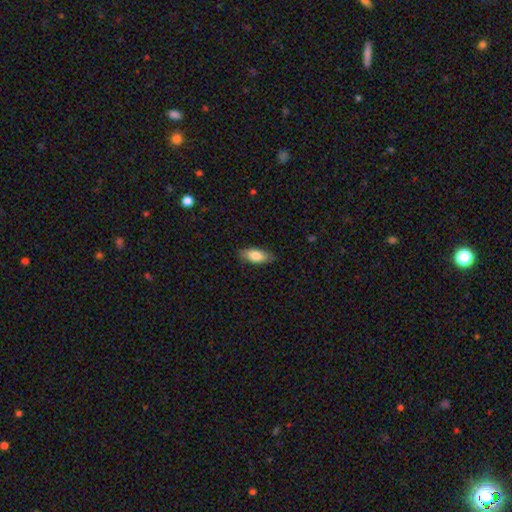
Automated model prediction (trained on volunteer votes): Smooth or featured? Predicted: smooth (p=0.80). How rounded? Predicted: in between (p=0.84). Merging? Predicted: none (p=0.85).